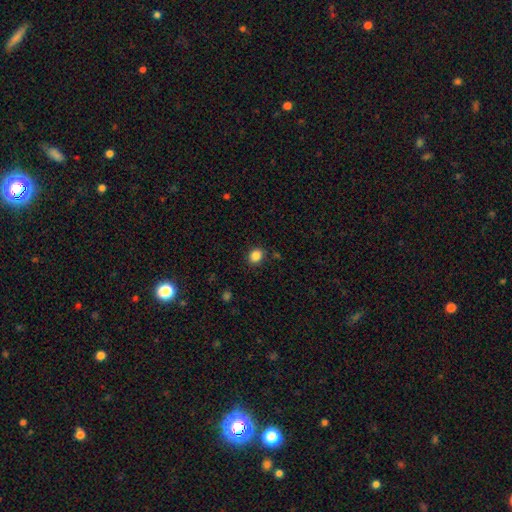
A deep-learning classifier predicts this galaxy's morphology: Smooth or featured?
  - smooth: 86% *
  - star or artifact: 10%
  - featured or disk: 4%
How rounded?
  - round: 61% *
  - in between: 38%
  - cigar-shaped: 1%
Merging?
  - none: 85% *
  - minor disturbance: 9%
  - major disturbance: 3%
  - merger: 2%